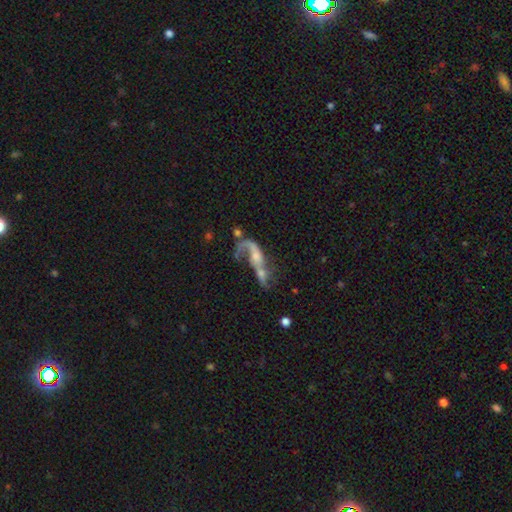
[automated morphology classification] type=featured or disk (70%); edge-on=no (89%); bar=no (64%); spiral arms=yes (70%); bulge=small (37%); merging=merger (41%).